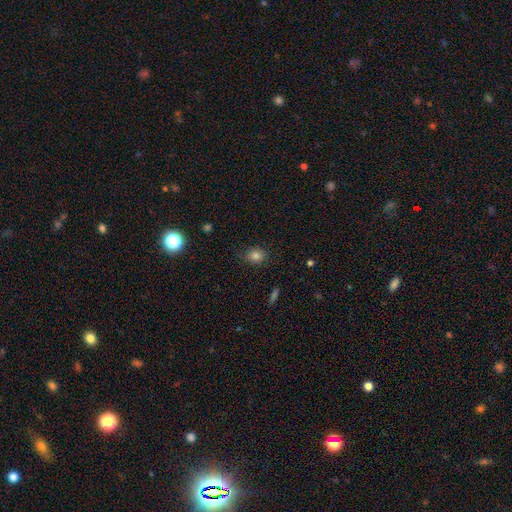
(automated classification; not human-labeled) The model was most divided on "how rounded": round: 62%, in between: 37%, cigar-shaped: 1%. More confident: merging — none (82%); smooth or featured — smooth (81%).